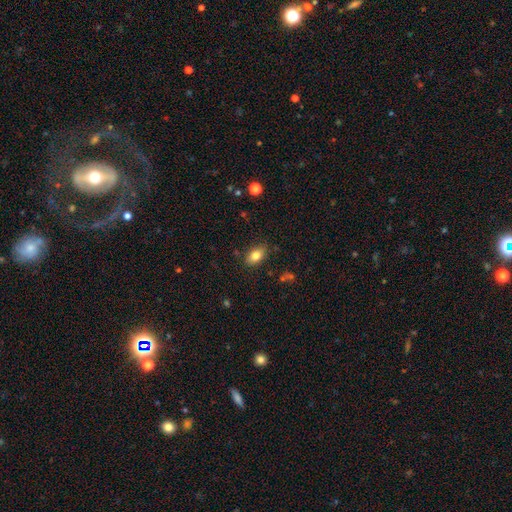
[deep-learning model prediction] Overall: smooth (81%). How rounded: in between (86%). Merging: none (84%).